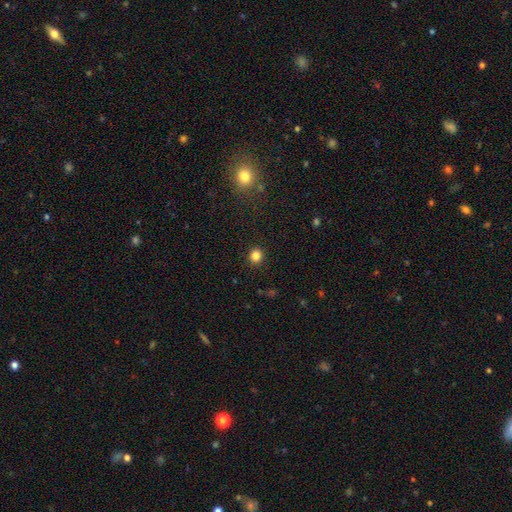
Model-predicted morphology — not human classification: type=smooth (84%); roundness=round (87%); merging=none (91%).